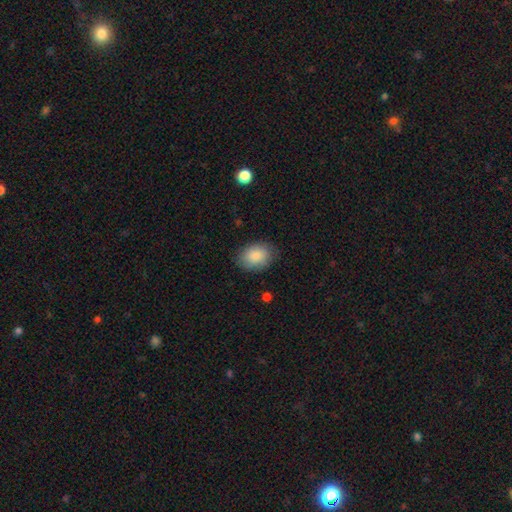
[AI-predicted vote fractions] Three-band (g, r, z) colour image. It shows a smooth galaxy with no disk features (87%) that is in between round and cigar-shaped (71%). Merging: none (81%).